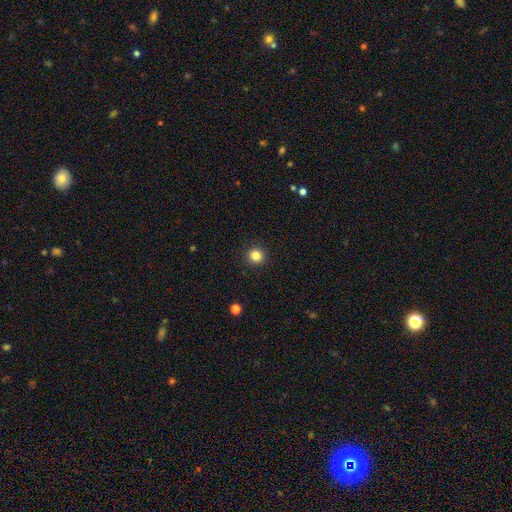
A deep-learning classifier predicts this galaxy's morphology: type=smooth (84%); roundness=round (94%); merging=none (93%).